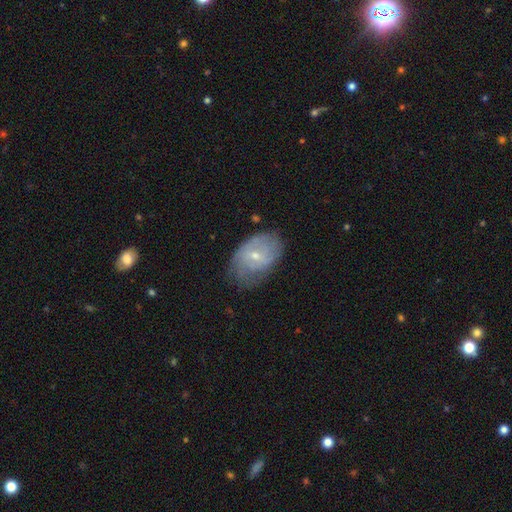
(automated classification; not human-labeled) Smooth or featured: featured or disk — 60% (smooth — 32%)
Edge-on disk: no — 95% (yes — 5%)
Bar: no — 51% (weak — 42%)
Spiral arms: yes — 71% (no — 29%)
Bulge size: small — 63% (moderate — 33%)
Merging: none — 58% (minor disturbance — 29%)